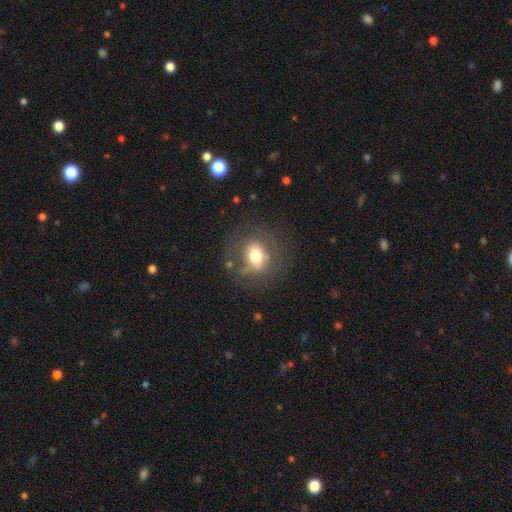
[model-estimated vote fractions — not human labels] smooth-or-featured: smooth: 57% | featured or disk: 31% | star or artifact: 12%
  how-rounded: round: 63% | in between: 36% | cigar-shaped: 2%
  merging: none: 65% | minor disturbance: 19% | major disturbance: 13% | merger: 3%